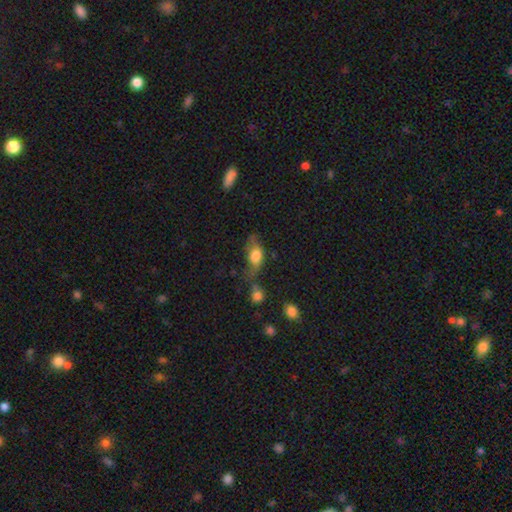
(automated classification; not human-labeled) smooth_or_featured: smooth (p=0.71) [alt: featured or disk p=0.20]
how_rounded: in between (p=0.78) [alt: round p=0.15]
merging: none (p=0.36) [alt: minor disturbance p=0.27]